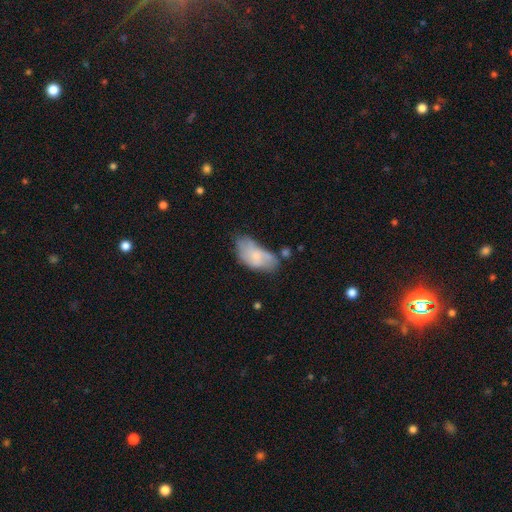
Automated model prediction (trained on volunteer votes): Overall: smooth (60%; featured or disk 33%). How rounded: in between (93%). Merging: none (36%; minor disturbance 35%).